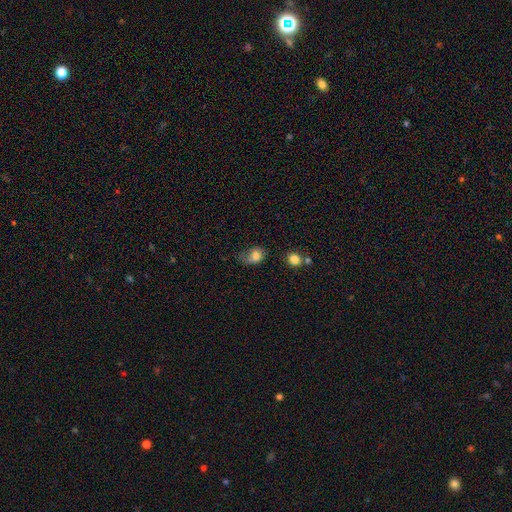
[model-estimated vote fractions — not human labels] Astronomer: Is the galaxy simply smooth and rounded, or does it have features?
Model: smooth — 78%.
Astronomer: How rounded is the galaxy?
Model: in between — 62%.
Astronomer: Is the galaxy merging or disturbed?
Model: minor disturbance — 37% (runner-up: none, 34%).